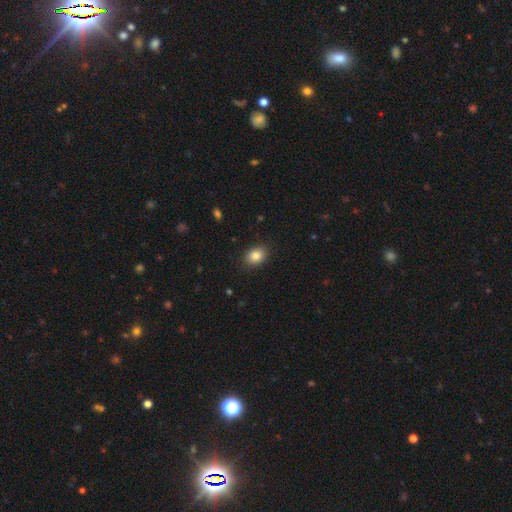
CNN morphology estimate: Smooth or featured? smooth (86%)
How rounded? in between (66%)
Merging? none (88%)